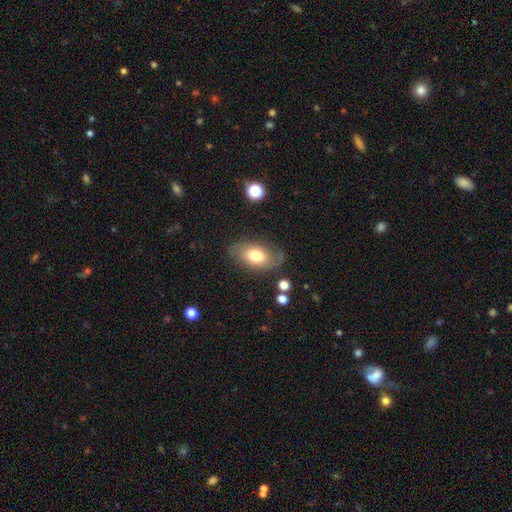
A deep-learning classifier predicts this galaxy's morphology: Overall: smooth (61%; featured or disk 31%). How rounded: in between (91%). Merging: none (68%).